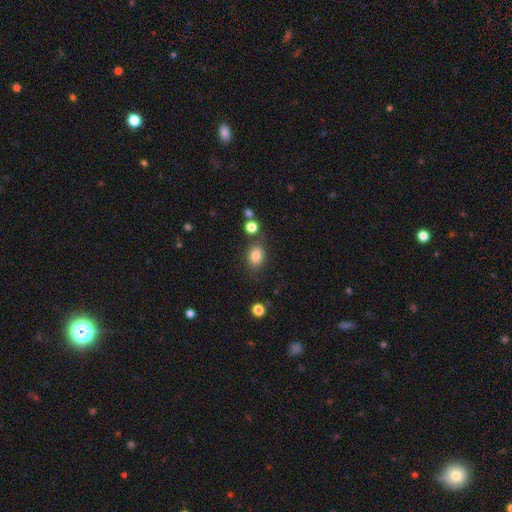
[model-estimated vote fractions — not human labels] Smooth or featured: smooth — 84% (star or artifact — 10%)
How rounded: in between — 66% (round — 32%)
Merging: none — 73% (minor disturbance — 15%)